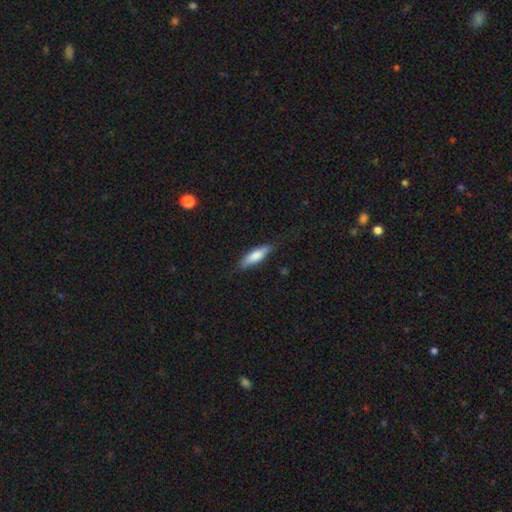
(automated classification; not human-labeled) Morphology: type=smooth (73%); roundness=cigar-shaped (60%); merging=none (78%).